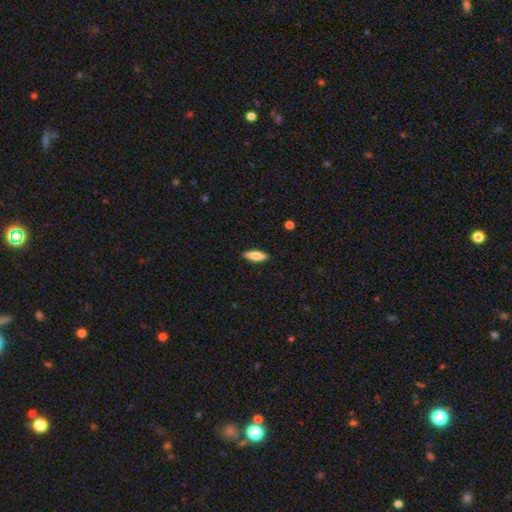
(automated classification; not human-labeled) Morphology: type=smooth (76%); roundness=in between (55%); merging=none (89%).